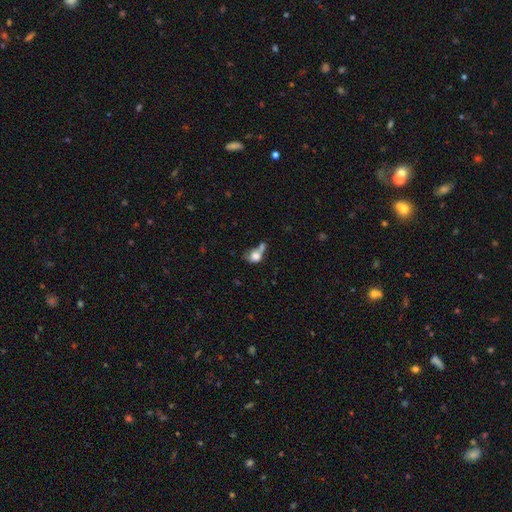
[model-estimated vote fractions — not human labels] A smooth galaxy with no disk features (72%) that is in between round and cigar-shaped (54%).

Vote fractions:
- Smooth or featured? smooth: 72% / featured or disk: 18% / star or artifact: 10%
- How rounded? in between: 54% / round: 44% / cigar-shaped: 2%
- Merging? merger: 48% / none: 21% / major disturbance: 16% / minor disturbance: 15%